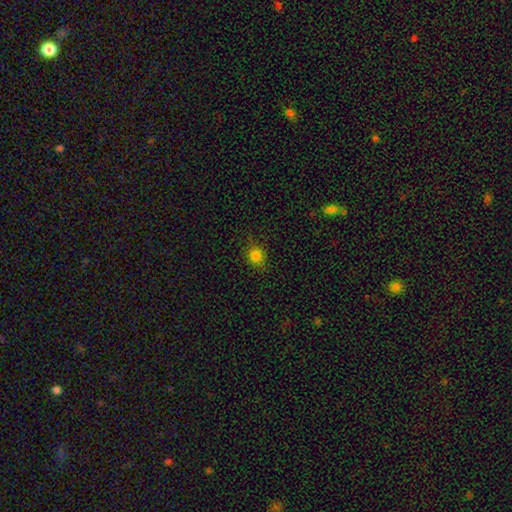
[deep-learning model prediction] smooth 81%, star or artifact 14%, featured or disk 5%. Down the decision tree: how rounded — round (79%); merging — none (83%).